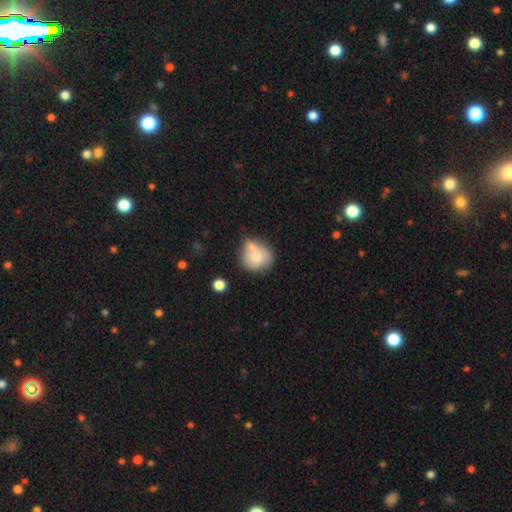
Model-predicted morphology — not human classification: This appears to be a smooth galaxy with no disk features (69%) that is round (83%). Merging: none (40%).